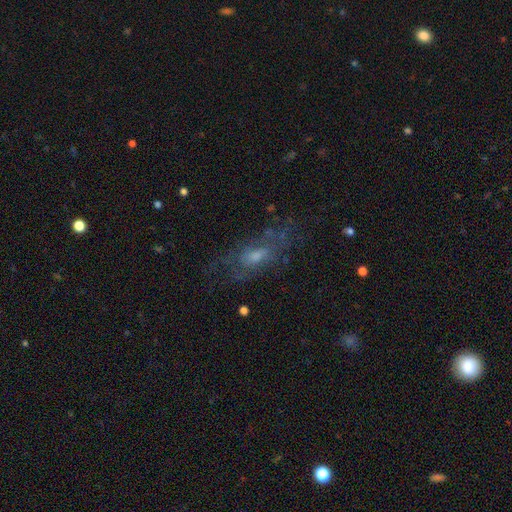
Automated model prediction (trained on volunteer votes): This appears to be a featured or disk galaxy (57%). Merging: none (57%).